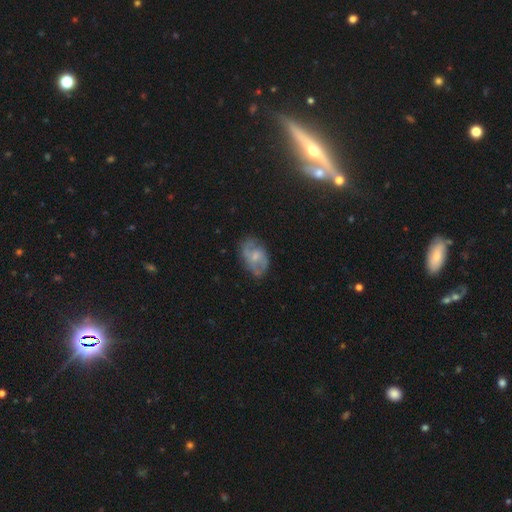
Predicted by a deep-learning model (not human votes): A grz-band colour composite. It shows a featured or disk galaxy (61%) with no bar (56%), spiral arms (78%) and a small central bulge (50%). Merging: none (68%).